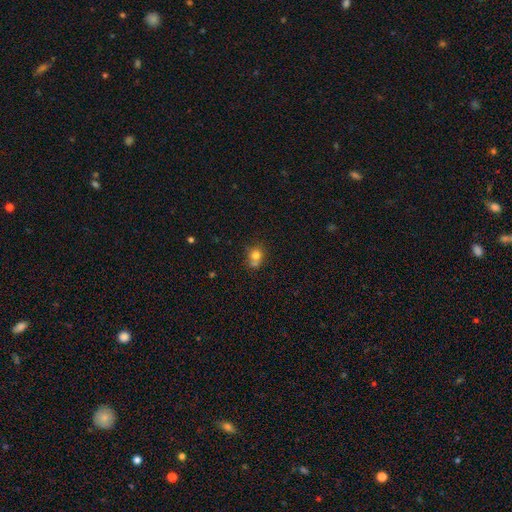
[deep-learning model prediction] Smooth or featured? smooth (76%)
How rounded? round (69%)
Merging? none (46%)